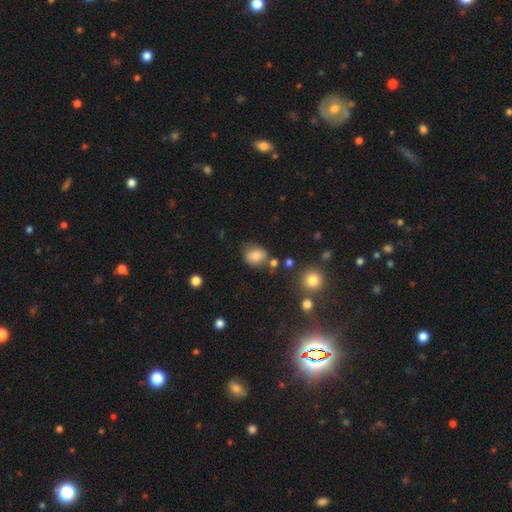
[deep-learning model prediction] Overall: smooth (80%). How rounded: round (53%; in between 46%). Merging: none (66%).